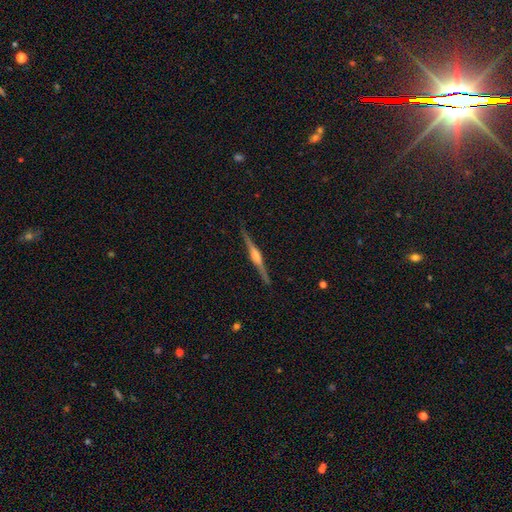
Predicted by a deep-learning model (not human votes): A featured or disk galaxy (84%) viewed edge-on (98%) with a rounded central bulge (85%). Merging: none (90%).